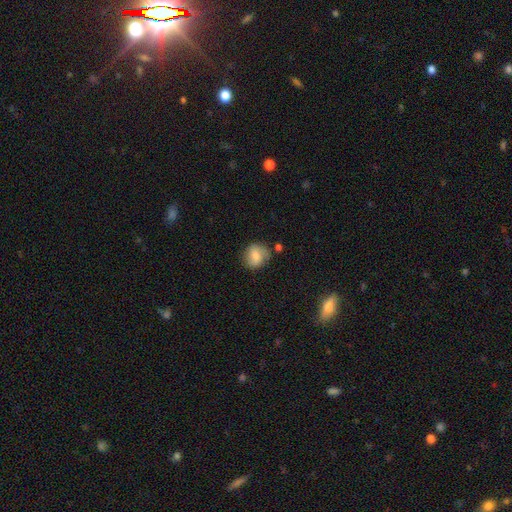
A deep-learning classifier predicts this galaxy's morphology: Smooth or featured? Predicted: smooth (p=0.70). How rounded? Predicted: round (p=0.74). Merging? Predicted: none (p=0.70).